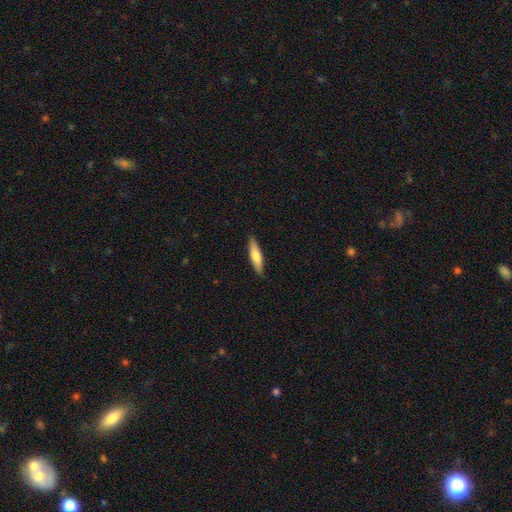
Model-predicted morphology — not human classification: This is likely a smooth galaxy (69%). How rounded: likely cigar-shaped (75%). Merging: clearly none (89%).